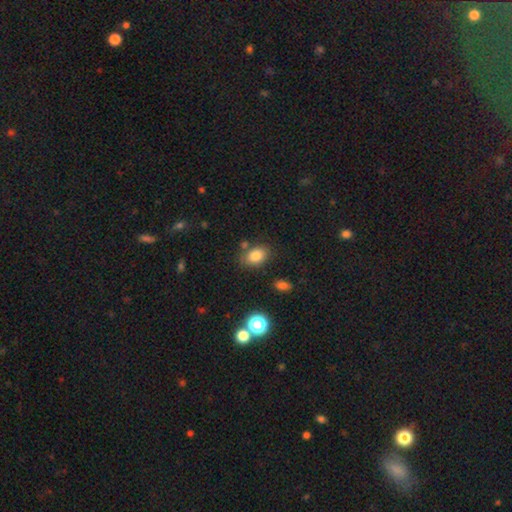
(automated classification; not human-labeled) This appears to be a smooth galaxy with no disk features (81%) that is in between round and cigar-shaped (75%). Merging: none (75%).